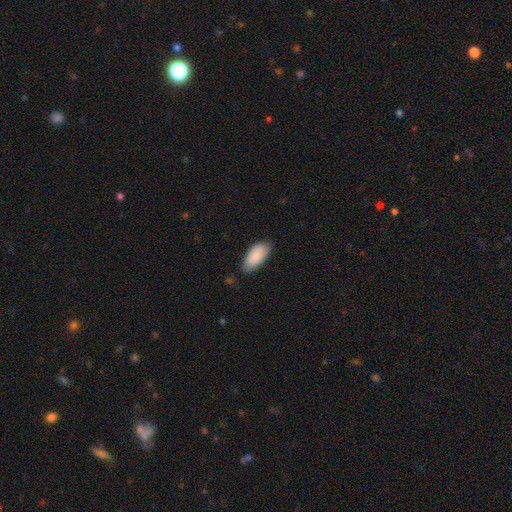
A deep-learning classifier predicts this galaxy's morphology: type=smooth (88%); roundness=in between (92%); merging=none (77%).